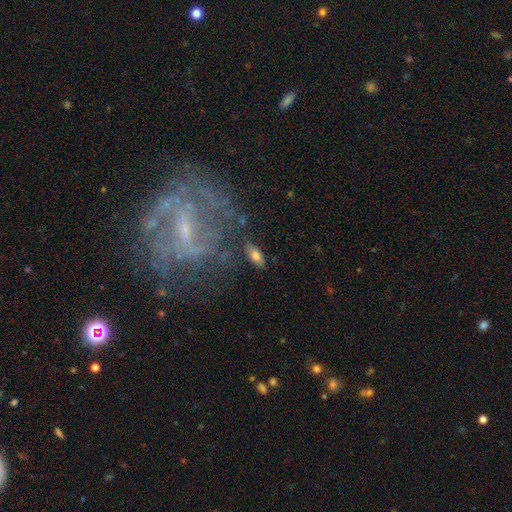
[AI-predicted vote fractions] This is likely a smooth galaxy (70%). How rounded: clearly in between (83%). Merging: clearly none (81%).